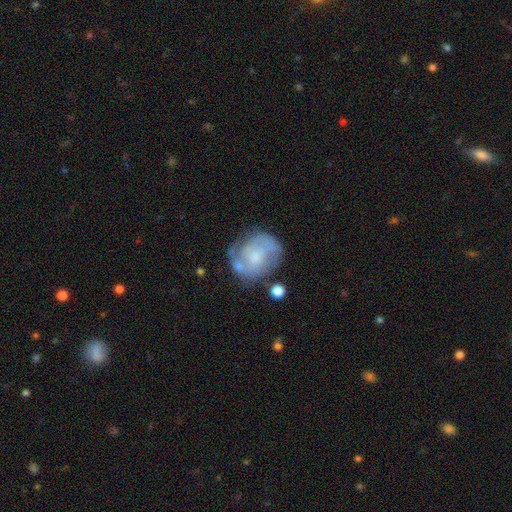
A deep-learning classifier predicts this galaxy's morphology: Overall: featured or disk (67%). Edge-on disk: no (98%). Bar: no (66%; weak 29%). Spiral arms: yes (78%). Spiral arm count: 2 (56%; can't tell 26%). Spiral winding: tight (43%; medium 40%). Bulge size: small (42%; moderate 35%). Merging: none (60%; minor disturbance 22%).